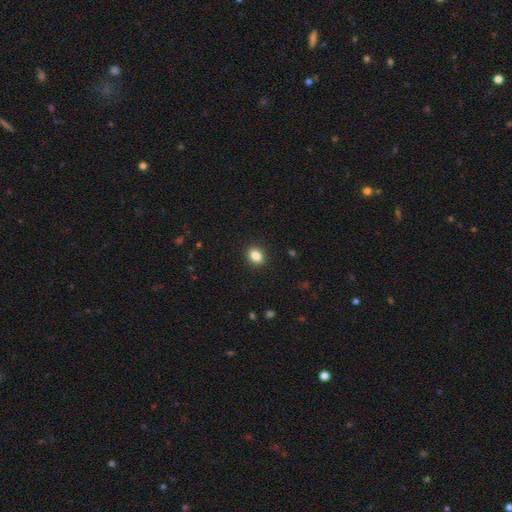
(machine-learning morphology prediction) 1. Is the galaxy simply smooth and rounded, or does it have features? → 85% smooth, 10% star or artifact, 6% featured or disk.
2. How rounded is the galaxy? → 62% in between, 37% round, 2% cigar-shaped.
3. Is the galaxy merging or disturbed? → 90% none, 7% minor disturbance, 2% major disturbance, 1% merger.